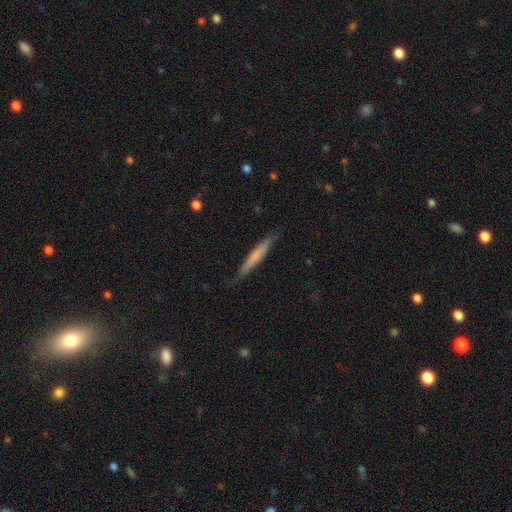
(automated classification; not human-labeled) smooth 58%, featured or disk 37%, star or artifact 5%. Down the decision tree: how rounded — cigar-shaped (95%); merging — none (84%).